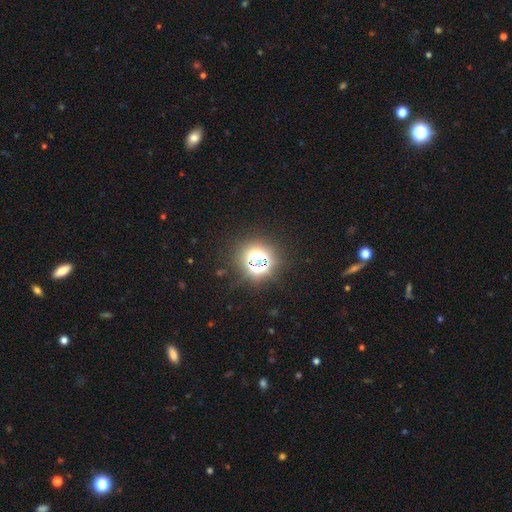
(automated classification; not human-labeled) Smooth or featured?
  - star or artifact: 57% *
  - smooth: 32%
  - featured or disk: 11%